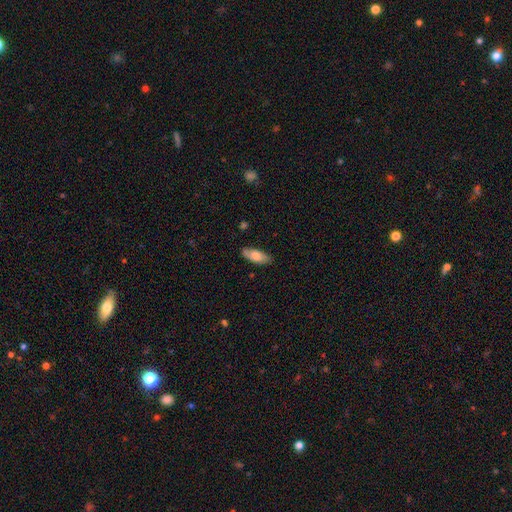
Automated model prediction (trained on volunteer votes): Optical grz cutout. It shows a smooth galaxy with no disk features (72%) that is in between round and cigar-shaped (81%). Merging: none (78%).